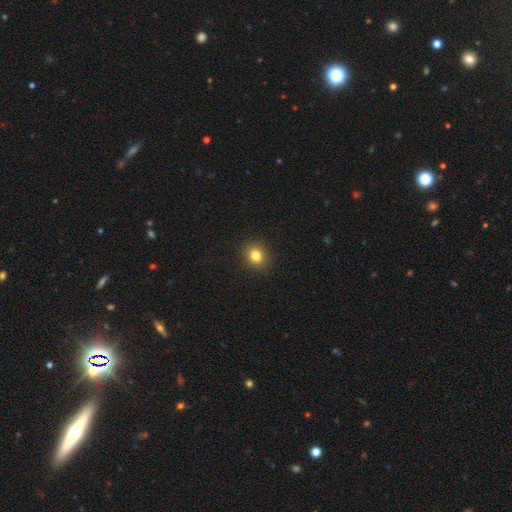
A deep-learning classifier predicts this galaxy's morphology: type=smooth (82%); roundness=round (80%); merging=none (91%).